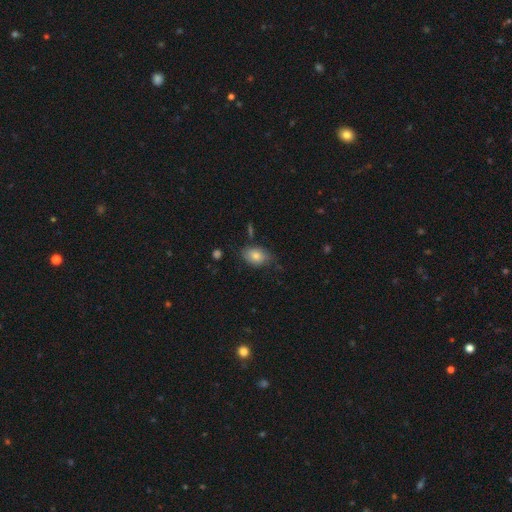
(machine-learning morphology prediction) smooth_or_featured: smooth (p=0.75) [alt: featured or disk p=0.16]
how_rounded: in between (p=0.79) [alt: round p=0.20]
merging: none (p=0.63) [alt: minor disturbance p=0.27]